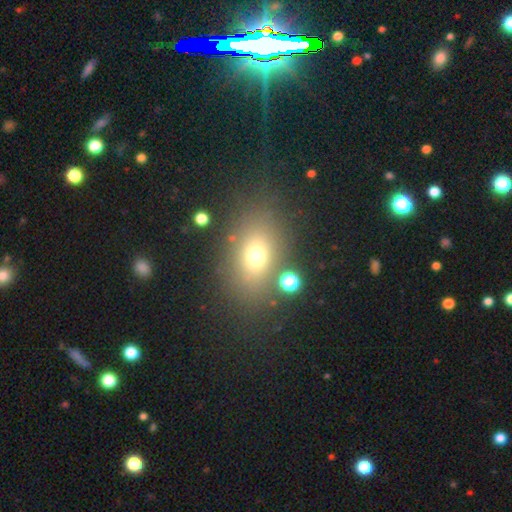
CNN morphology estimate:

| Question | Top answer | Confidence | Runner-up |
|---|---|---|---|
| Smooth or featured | smooth | 67% | star or artifact (18%) |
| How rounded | in between | 68% | round (30%) |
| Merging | none | 76% | minor disturbance (11%) |